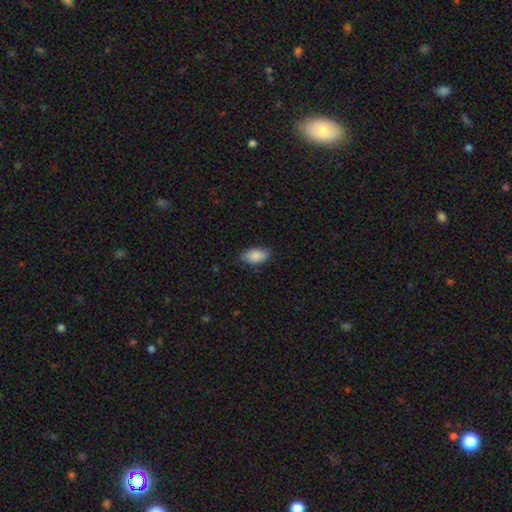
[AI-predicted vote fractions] This appears to be a smooth galaxy with no disk features (88%) that is in between round and cigar-shaped (93%). Merging: none (80%).